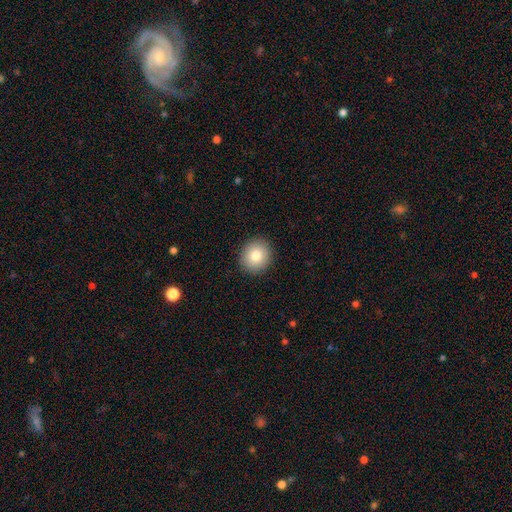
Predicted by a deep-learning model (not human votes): Smooth or featured? Predicted: smooth (p=0.82). How rounded? Predicted: round (p=0.86). Merging? Predicted: none (p=0.92).